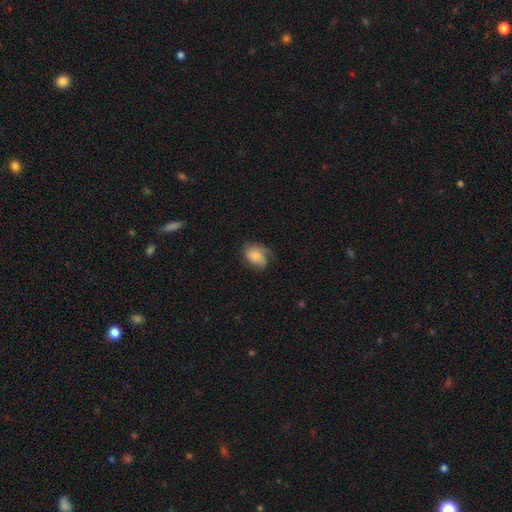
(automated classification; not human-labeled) The model was most divided on "merging": none: 48%, minor disturbance: 31%, major disturbance: 19%, merger: 2%. More confident: how rounded — in between (75%); smooth or featured — smooth (66%).